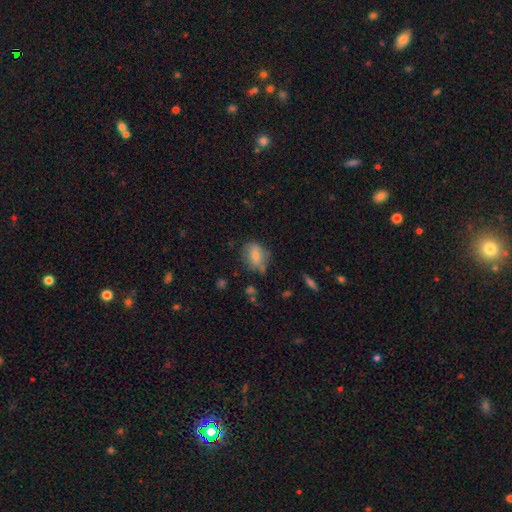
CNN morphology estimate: This appears to be a smooth galaxy with no disk features (71%) that is in between round and cigar-shaped (62%). Merging: none (61%).